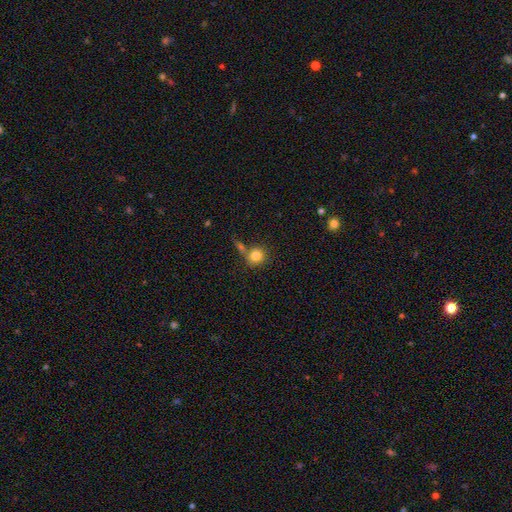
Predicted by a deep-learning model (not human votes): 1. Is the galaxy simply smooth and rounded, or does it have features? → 82% smooth, 10% star or artifact, 8% featured or disk.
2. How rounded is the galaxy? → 87% round, 12% in between, 1% cigar-shaped.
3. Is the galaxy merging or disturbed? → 59% none, 24% merger, 11% minor disturbance, 5% major disturbance.